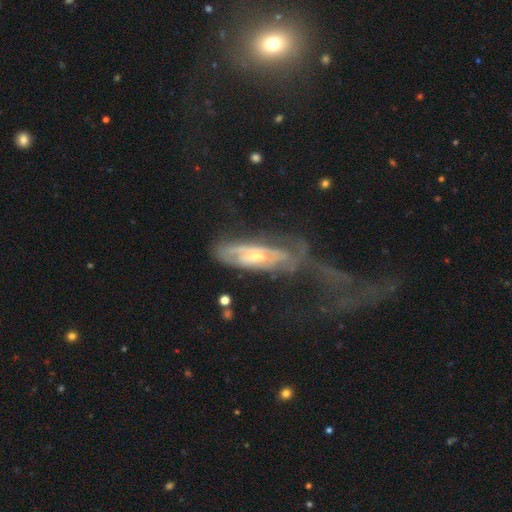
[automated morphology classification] Smooth or featured?
  - featured or disk: 75% *
  - smooth: 17%
  - star or artifact: 8%
Edge-on disk?
  - no: 79% *
  - yes: 21%
Bar?
  - no: 62% *
  - weak: 29%
  - strong: 9%
Spiral arms?
  - yes: 76% *
  - no: 24%
Bulge size?
  - moderate: 50% *
  - small: 45%
  - large: 3%
  - none: 1%
  - dominant: 1%
Merging?
  - none: 38% *
  - major disturbance: 32%
  - minor disturbance: 24%
  - merger: 6%